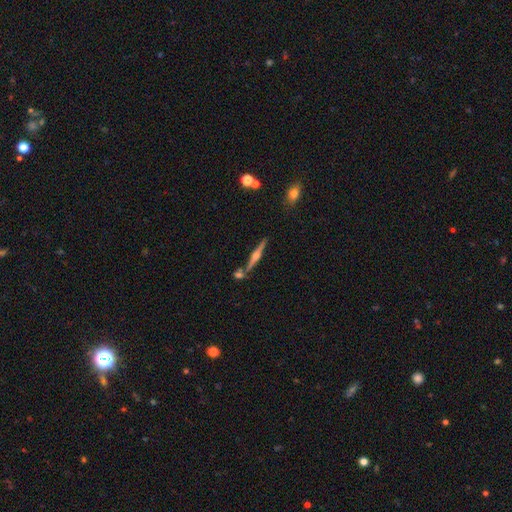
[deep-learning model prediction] Smooth or featured? Predicted: featured or disk (p=0.78). Edge-on disk? Predicted: yes (p=0.98). Edge-on bulge? Predicted: rounded (p=0.89). Merging? Predicted: none (p=0.79).